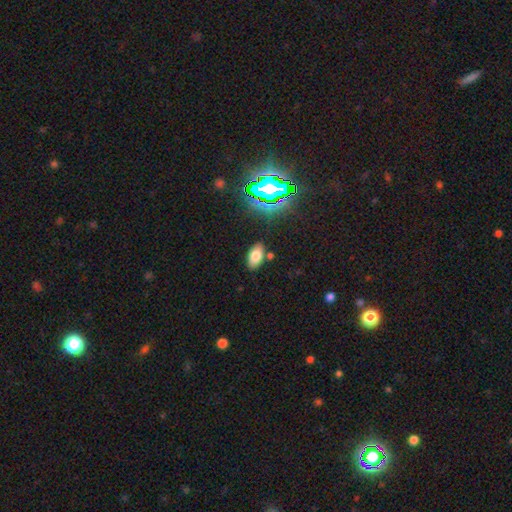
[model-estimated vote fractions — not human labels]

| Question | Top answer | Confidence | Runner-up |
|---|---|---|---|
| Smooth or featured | smooth | 73% | star or artifact (16%) |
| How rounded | in between | 92% | round (5%) |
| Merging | none | 82% | minor disturbance (11%) |